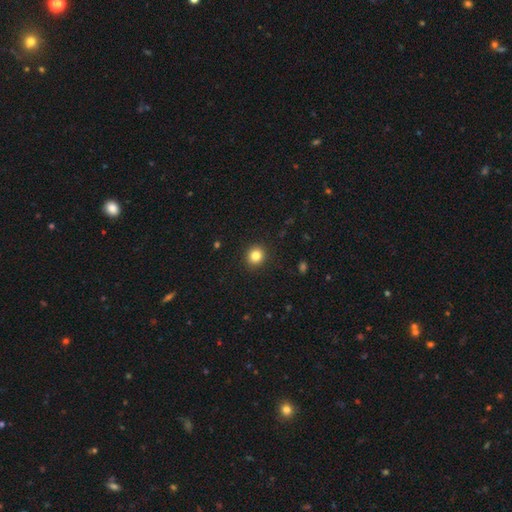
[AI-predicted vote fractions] Smooth or featured? Predicted: smooth (p=0.83). How rounded? Predicted: round (p=0.88). Merging? Predicted: none (p=0.92).